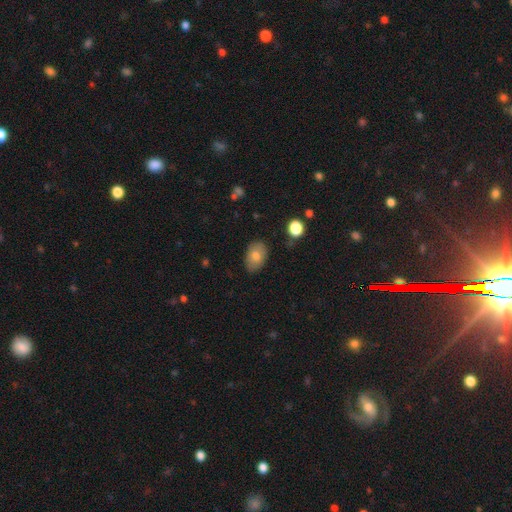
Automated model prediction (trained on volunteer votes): This appears to be a smooth galaxy with no disk features (76%) that is in between round and cigar-shaped (86%). Merging: none (80%).